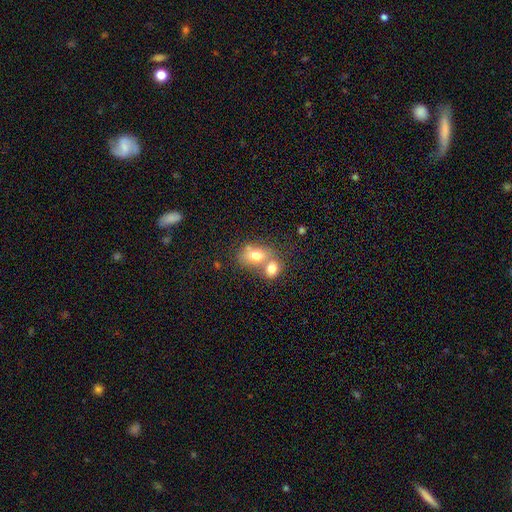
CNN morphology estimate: Smooth or featured? smooth (73%)
How rounded? in between (69%)
Merging? merger (61%)